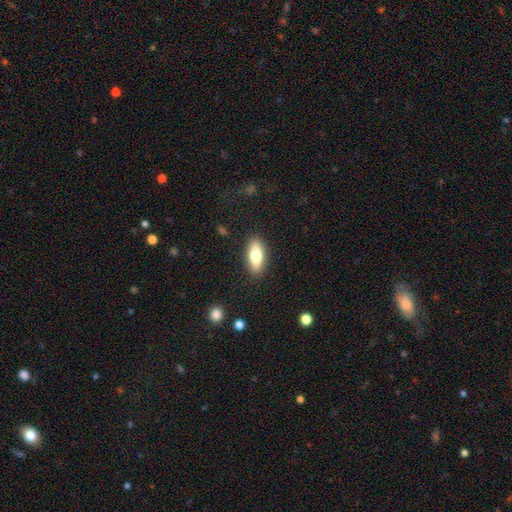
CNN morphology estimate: Smooth or featured: smooth — 69% (featured or disk — 24%)
How rounded: in between — 73% (cigar-shaped — 23%)
Merging: none — 88% (minor disturbance — 9%)